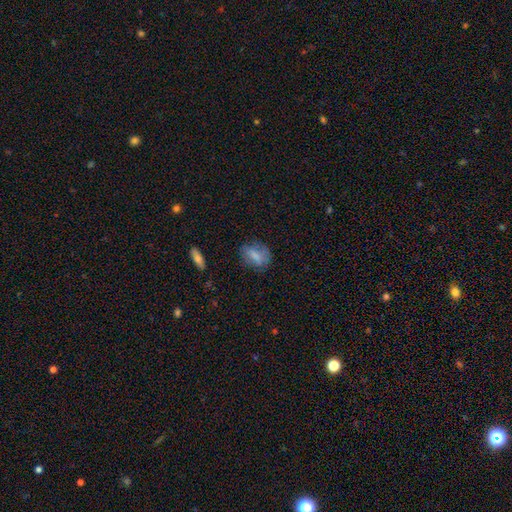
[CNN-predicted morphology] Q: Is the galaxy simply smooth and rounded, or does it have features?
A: smooth — 74%.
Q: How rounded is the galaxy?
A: in between — 75%.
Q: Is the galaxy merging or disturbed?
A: none — 66%.